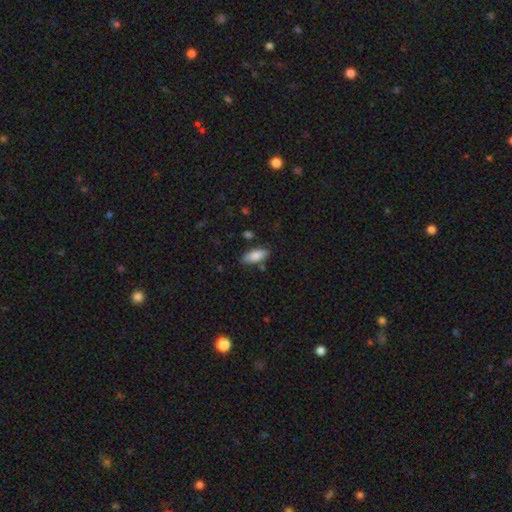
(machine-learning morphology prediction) Smooth or featured? Predicted: smooth (p=0.85). How rounded? Predicted: in between (p=0.84). Merging? Predicted: none (p=0.79).